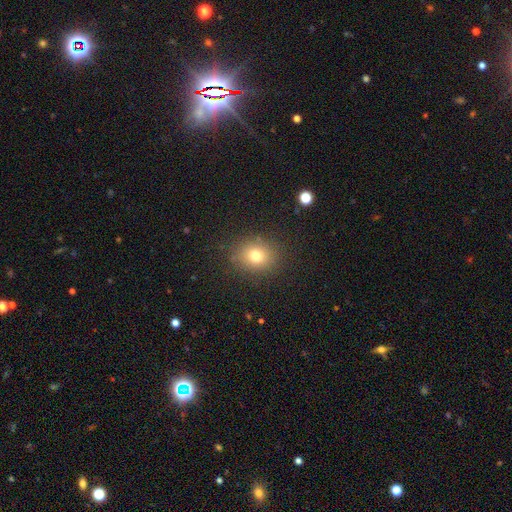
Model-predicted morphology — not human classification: Smooth or featured? Predicted: smooth (p=0.76). How rounded? Predicted: round (p=0.64). Merging? Predicted: none (p=0.86).